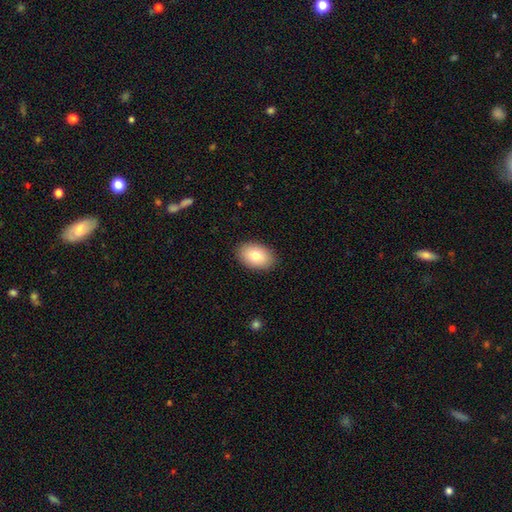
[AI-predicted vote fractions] Q: Smooth or featured?
A: smooth (80%); runner-up: featured or disk (13%)
Q: How rounded?
A: in between (89%); runner-up: round (9%)
Q: Merging?
A: none (90%); runner-up: minor disturbance (8%)